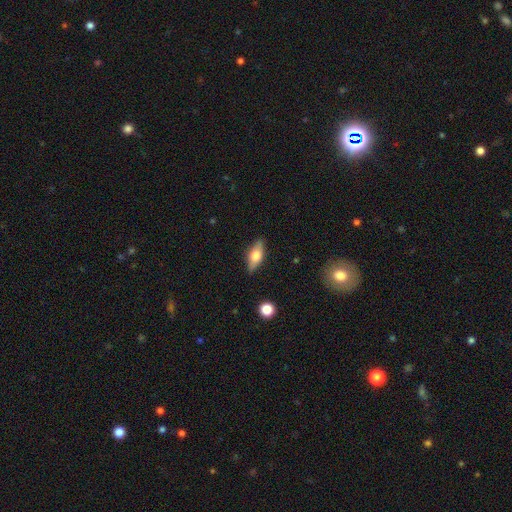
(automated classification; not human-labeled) This is possibly a smooth galaxy (59%). How rounded: likely in between (76%). Merging: clearly none (84%).